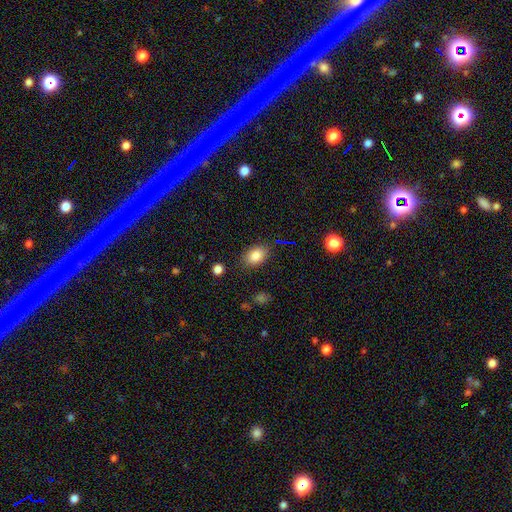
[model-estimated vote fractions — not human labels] Q: Smooth or featured?
A: smooth (83%); runner-up: star or artifact (9%)
Q: How rounded?
A: in between (80%); runner-up: round (19%)
Q: Merging?
A: none (82%); runner-up: minor disturbance (13%)